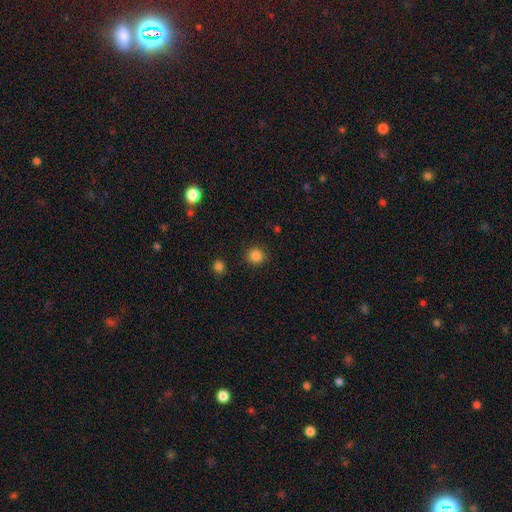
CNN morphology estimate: Smooth or featured? Predicted: smooth (p=0.85). How rounded? Predicted: round (p=0.92). Merging? Predicted: none (p=0.90).